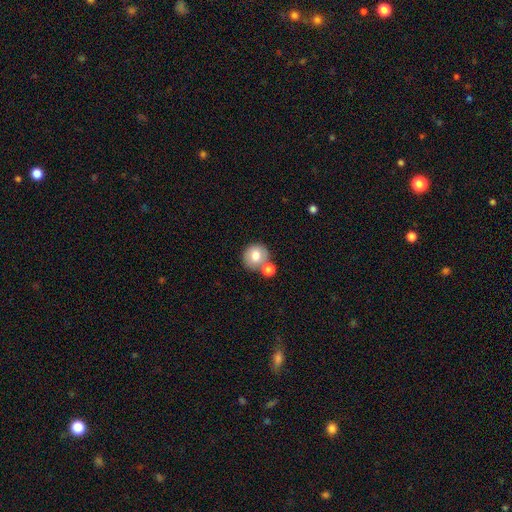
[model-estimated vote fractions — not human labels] Smooth or featured: smooth — 77% (featured or disk — 14%)
How rounded: round — 84% (in between — 15%)
Merging: none — 60% (merger — 26%)